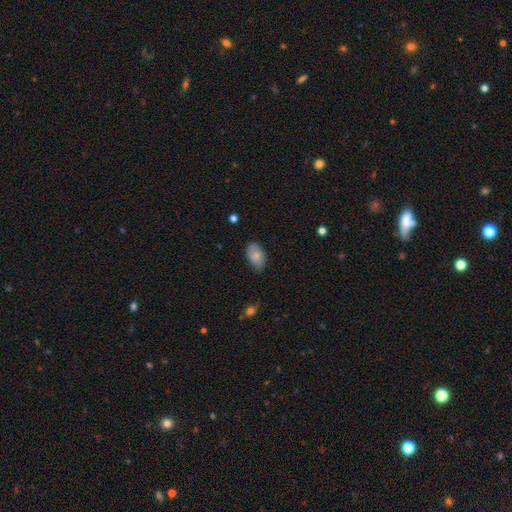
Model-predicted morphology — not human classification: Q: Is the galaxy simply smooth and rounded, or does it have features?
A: smooth — 76%.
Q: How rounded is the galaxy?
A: in between — 93%.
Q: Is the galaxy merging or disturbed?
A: none — 75%.